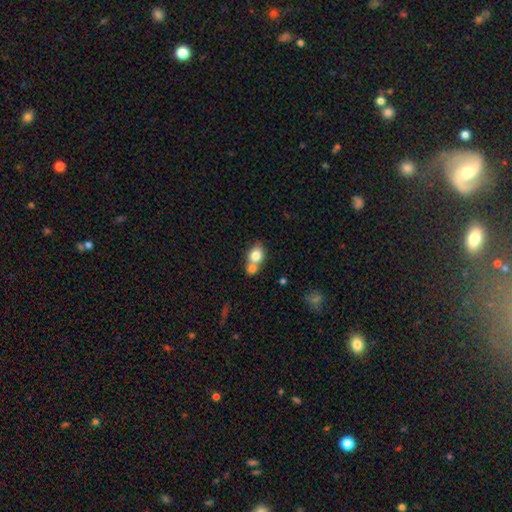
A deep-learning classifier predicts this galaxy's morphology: smooth_or_featured: smooth (p=0.78) [alt: featured or disk p=0.14]
how_rounded: in between (p=0.54) [alt: round p=0.45]
merging: merger (p=0.55) [alt: none p=0.34]